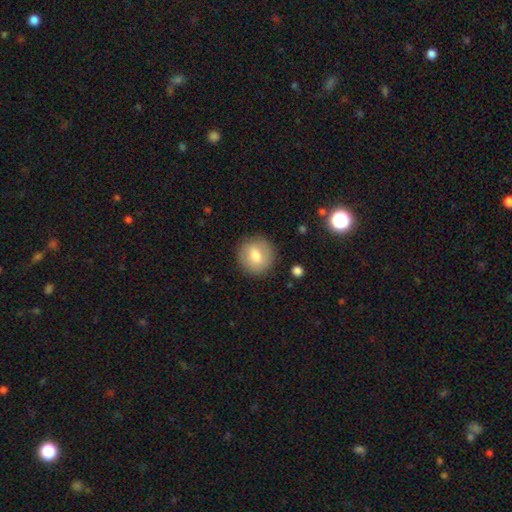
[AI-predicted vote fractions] Smooth or featured? Predicted: smooth (p=0.70). How rounded? Predicted: round (p=0.88). Merging? Predicted: none (p=0.86).